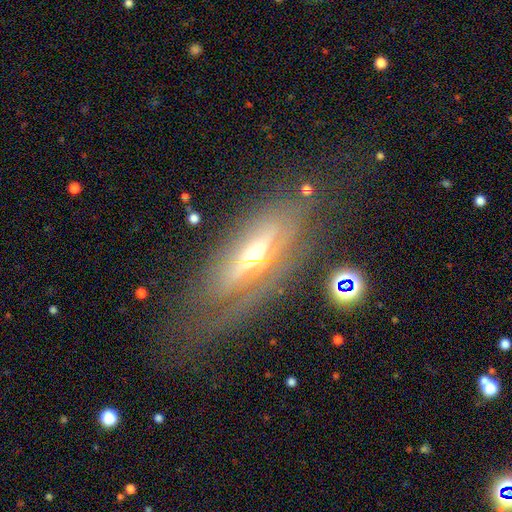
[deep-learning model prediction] Morphology: type=featured or disk (68%); edge-on=yes (71%); merging=none (55%).